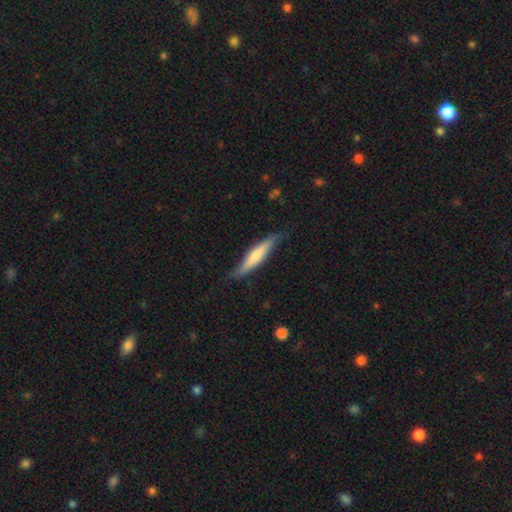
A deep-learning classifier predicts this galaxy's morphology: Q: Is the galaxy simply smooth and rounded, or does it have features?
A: smooth — 56%.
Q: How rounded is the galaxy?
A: cigar-shaped — 87%.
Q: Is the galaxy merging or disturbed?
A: none — 74%.